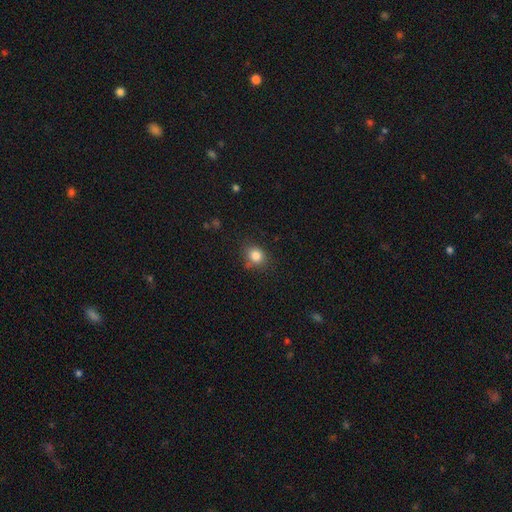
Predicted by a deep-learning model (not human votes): Smooth or featured: smooth — 83% (star or artifact — 11%)
How rounded: round — 64% (in between — 35%)
Merging: none — 76% (minor disturbance — 16%)